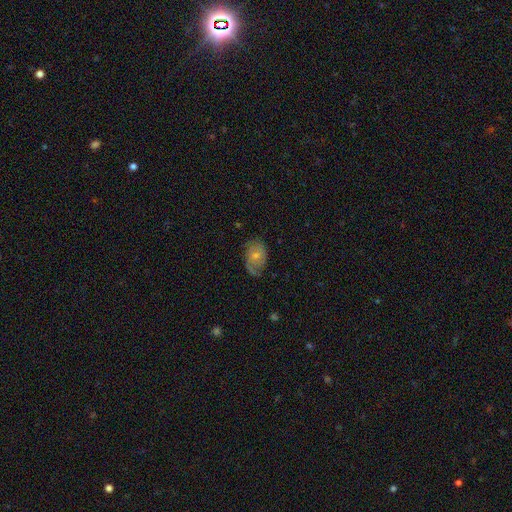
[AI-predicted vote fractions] Smooth or featured?
  - featured or disk: 46% * (tied)
  - smooth: 46% * (tied)
  - star or artifact: 7%
Merging?
  - none: 56% *
  - minor disturbance: 29%
  - major disturbance: 14%
  - merger: 2%